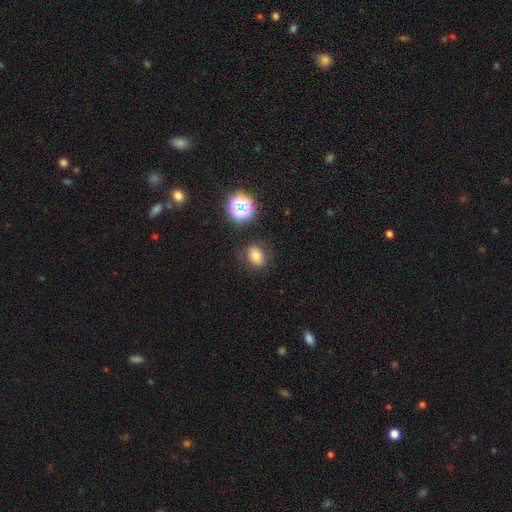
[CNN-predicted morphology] smooth_or_featured: smooth (p=0.71) [alt: star or artifact p=0.18]
how_rounded: in between (p=0.57) [alt: round p=0.42]
merging: none (p=0.81) [alt: minor disturbance p=0.12]